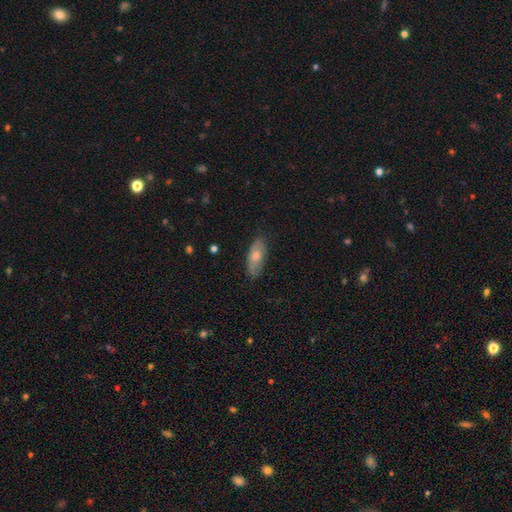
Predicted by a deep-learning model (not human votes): This appears to be a smooth galaxy with no disk features (63%) that is in between round and cigar-shaped (84%). Merging: none (78%).